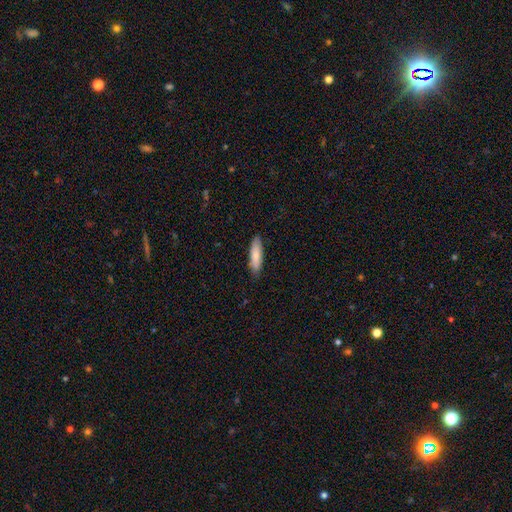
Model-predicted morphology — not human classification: A smooth galaxy with no disk features (80%) that is cigar-shaped (61%). Merging: none (85%).